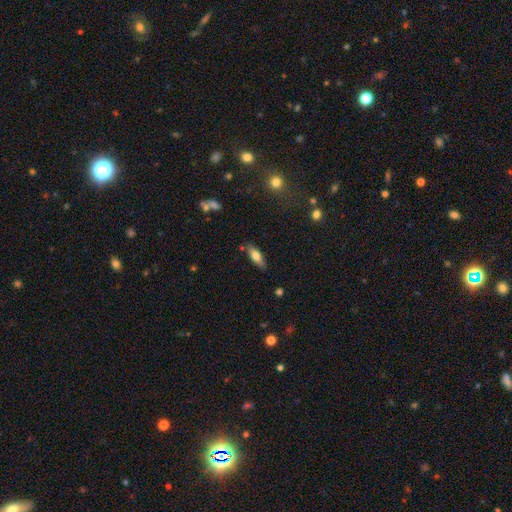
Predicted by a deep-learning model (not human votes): A smooth galaxy with no disk features (67%) that is in between round and cigar-shaped (61%).

Vote fractions:
- Smooth or featured? smooth: 67% / featured or disk: 27% / star or artifact: 7%
- How rounded? in between: 61% / cigar-shaped: 36% / round: 2%
- Merging? none: 81% / minor disturbance: 14% / major disturbance: 3% / merger: 3%